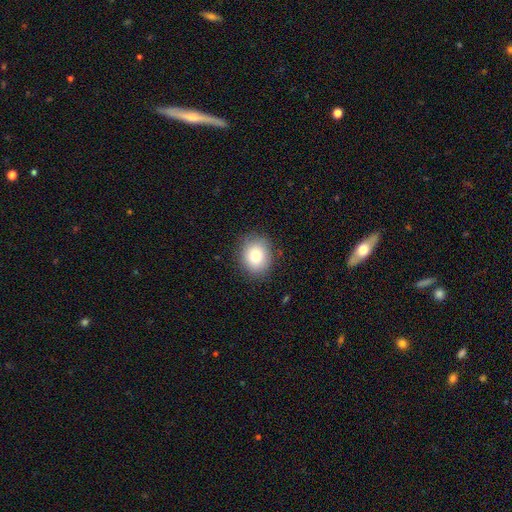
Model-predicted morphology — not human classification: smooth_or_featured: smooth (p=0.79) [alt: featured or disk p=0.11]
how_rounded: round (p=0.67) [alt: in between p=0.32]
merging: none (p=0.86) [alt: minor disturbance p=0.10]